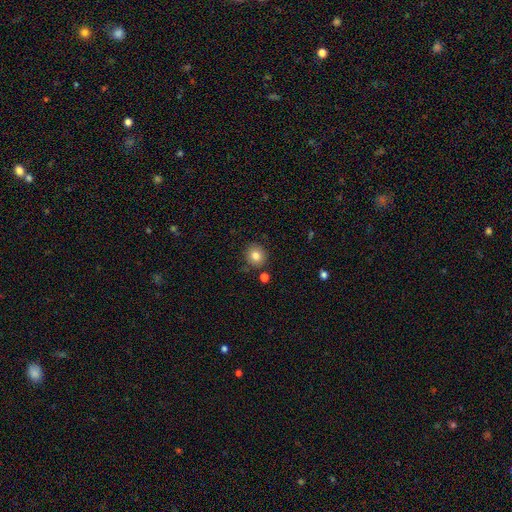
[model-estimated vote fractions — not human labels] smooth 81%, star or artifact 11%, featured or disk 8%. Down the decision tree: how rounded — round (85%); merging — none (84%).